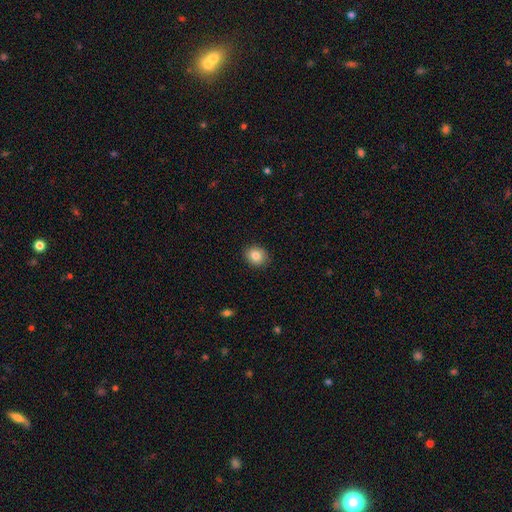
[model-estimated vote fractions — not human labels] smooth_or_featured: smooth (p=0.84) [alt: star or artifact p=0.09]
how_rounded: round (p=0.70) [alt: in between p=0.29]
merging: none (p=0.89) [alt: minor disturbance p=0.08]